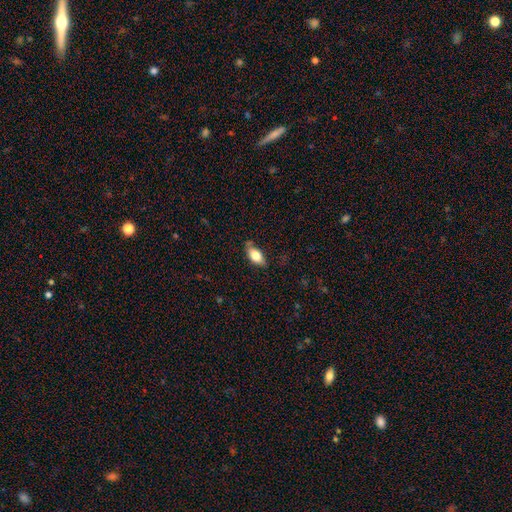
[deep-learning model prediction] smooth_or_featured: smooth (p=0.72) [alt: featured or disk p=0.21]
how_rounded: in between (p=0.86) [alt: cigar-shaped p=0.09]
merging: none (p=0.71) [alt: minor disturbance p=0.22]